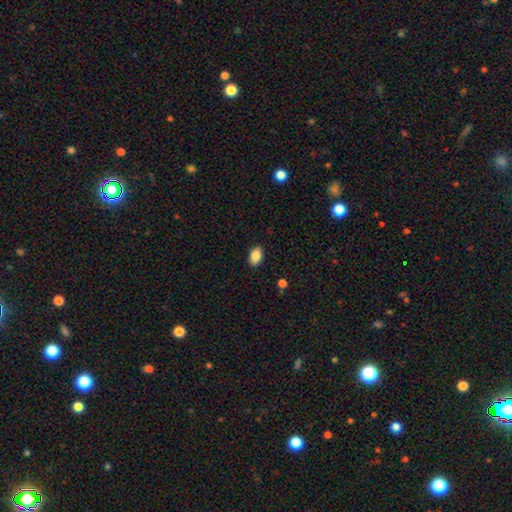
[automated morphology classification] Smooth or featured?
  - smooth: 86% *
  - star or artifact: 8%
  - featured or disk: 6%
How rounded?
  - in between: 90% *
  - round: 8%
  - cigar-shaped: 1%
Merging?
  - none: 89% *
  - minor disturbance: 8%
  - major disturbance: 2%
  - merger: 1%